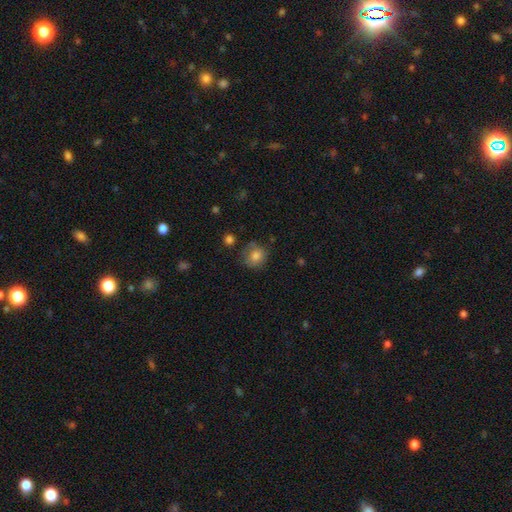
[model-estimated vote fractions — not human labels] Smooth or featured? smooth (78%)
How rounded? round (77%)
Merging? none (63%)